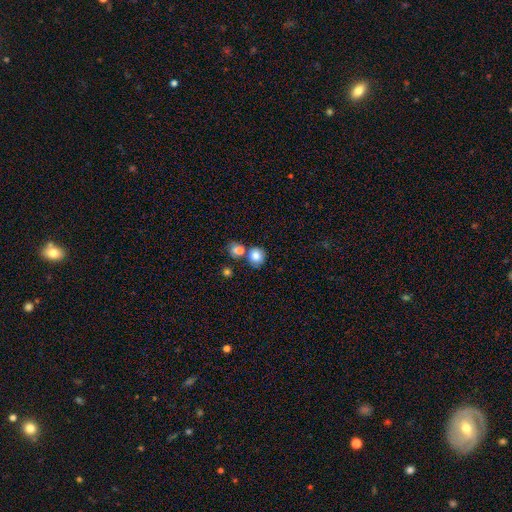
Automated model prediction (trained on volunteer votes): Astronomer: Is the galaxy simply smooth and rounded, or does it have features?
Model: smooth — 83%.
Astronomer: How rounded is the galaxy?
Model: round — 78%.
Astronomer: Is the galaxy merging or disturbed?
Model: none — 55%.